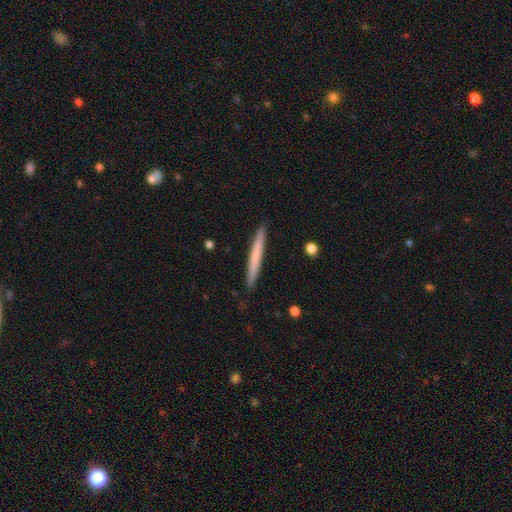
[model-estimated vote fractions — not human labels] Smooth or featured?
  - smooth: 64% *
  - featured or disk: 30%
  - star or artifact: 5%
How rounded?
  - cigar-shaped: 97% *
  - in between: 2%
  - round: 1%
Merging?
  - none: 91% *
  - minor disturbance: 7%
  - major disturbance: 1%
  - merger: 1%